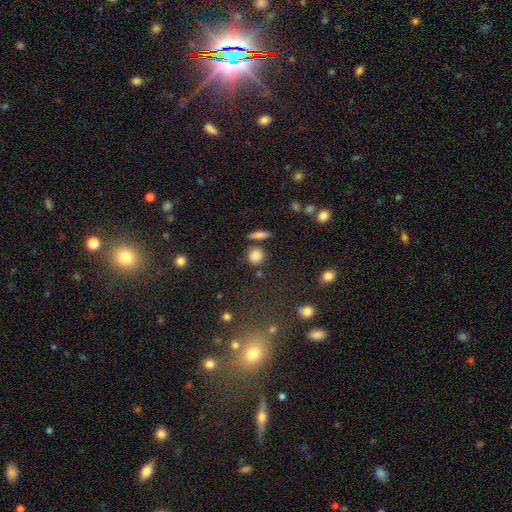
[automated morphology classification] Smooth or featured: smooth — 84% (star or artifact — 10%)
How rounded: round — 86% (in between — 12%)
Merging: none — 76% (minor disturbance — 10%)